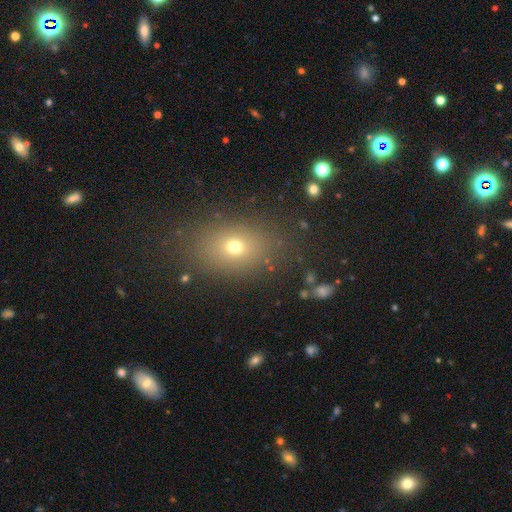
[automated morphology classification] Smooth or featured?
  - smooth: 60% *
  - star or artifact: 27%
  - featured or disk: 13%
How rounded?
  - in between: 68% *
  - round: 29%
  - cigar-shaped: 2%
Merging?
  - none: 85% *
  - minor disturbance: 9%
  - major disturbance: 4%
  - merger: 2%